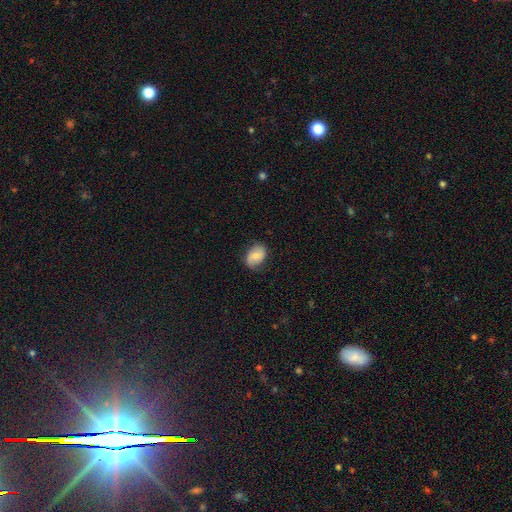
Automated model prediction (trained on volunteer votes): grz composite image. It shows a smooth galaxy with no disk features (64%) that is in between round and cigar-shaped (78%). Merging: none (74%).